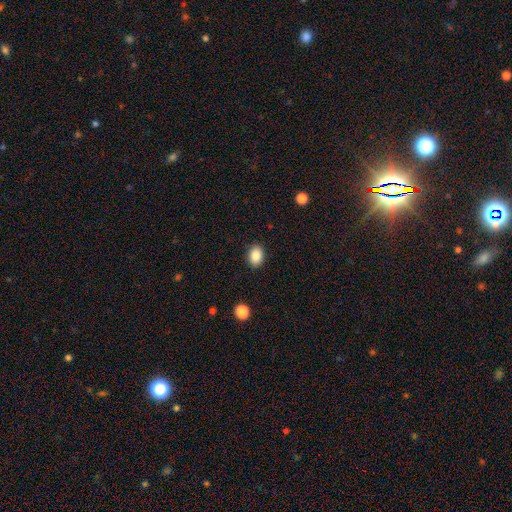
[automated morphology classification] This appears to be a smooth galaxy with no disk features (87%) that is in between round and cigar-shaped (75%). Merging: none (89%).